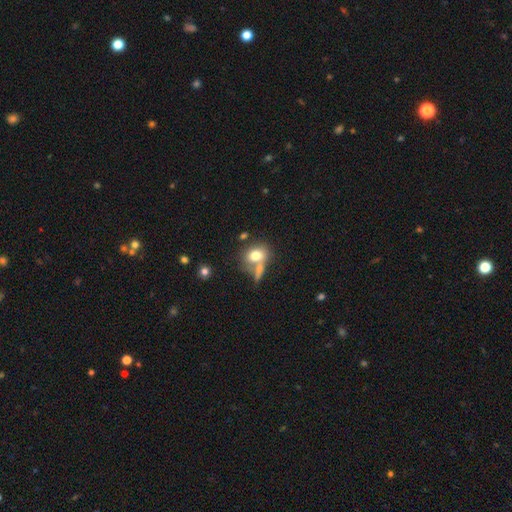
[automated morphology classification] type=smooth (75%); roundness=in between (52%); merging=none (44%).